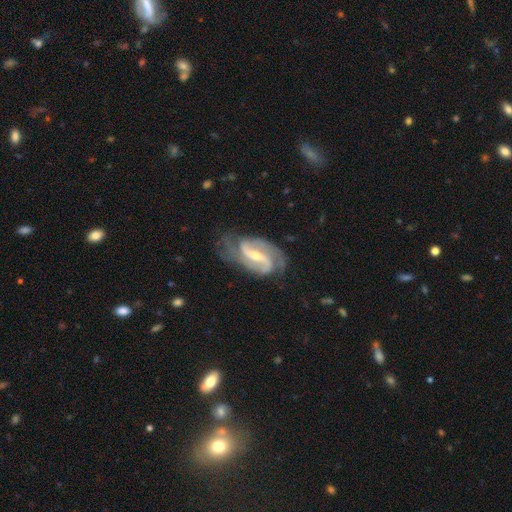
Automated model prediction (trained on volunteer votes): Smooth or featured? Predicted: featured or disk (p=0.91). Edge-on disk? Predicted: no (p=0.97). Bar? Predicted: strong (p=0.48). Spiral arms? Predicted: yes (p=0.98). Spiral winding? Predicted: medium (p=0.49). Spiral arm count? Predicted: 2 (p=0.79). Bulge size? Predicted: small (p=0.59). Merging? Predicted: none (p=0.67).